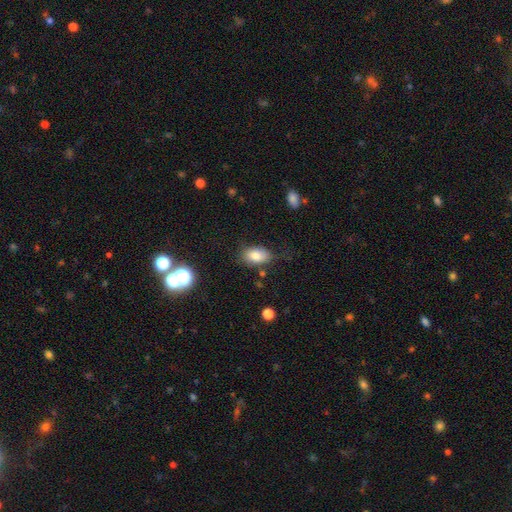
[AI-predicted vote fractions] smooth_or_featured: smooth (p=0.79) [alt: featured or disk p=0.11]
how_rounded: in between (p=0.88) [alt: round p=0.10]
merging: none (p=0.72) [alt: minor disturbance p=0.20]